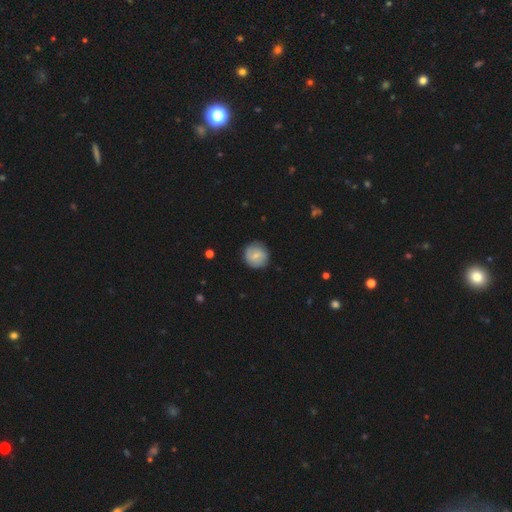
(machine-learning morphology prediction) smooth-or-featured: smooth: 66% | featured or disk: 27% | star or artifact: 7%
  how-rounded: round: 92% | in between: 7% | cigar-shaped: 1%
  merging: none: 83% | minor disturbance: 12% | major disturbance: 3% | merger: 1%